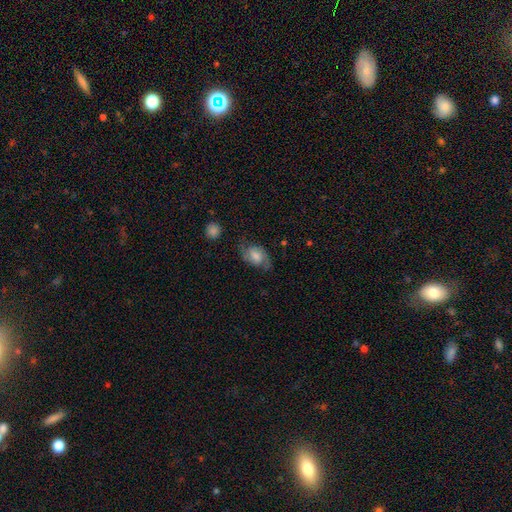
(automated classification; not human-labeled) The model was most divided on "bar": no: 50%, weak: 41%, strong: 8%. Remaining: edge-on disk — no (96%); spiral arms — yes (92%); spiral arm count — 2 (88%); merging — none (69%); smooth or featured — featured or disk (61%); spiral winding — medium (47%); bulge size — moderate (44%).